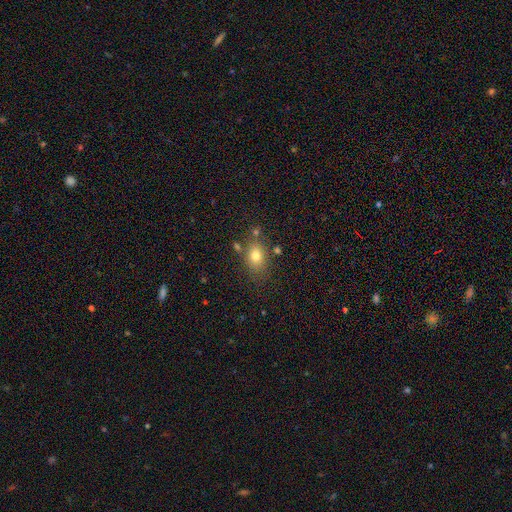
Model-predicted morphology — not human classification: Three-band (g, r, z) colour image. It shows a smooth galaxy with no disk features (77%) that is in between round and cigar-shaped (73%). Merging: none (74%).